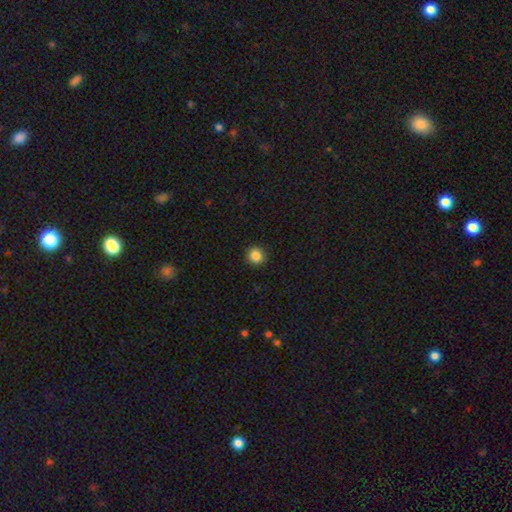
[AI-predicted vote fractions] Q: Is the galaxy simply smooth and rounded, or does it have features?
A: smooth — 86%.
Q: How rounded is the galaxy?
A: round — 93%.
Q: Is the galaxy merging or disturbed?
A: none — 92%.